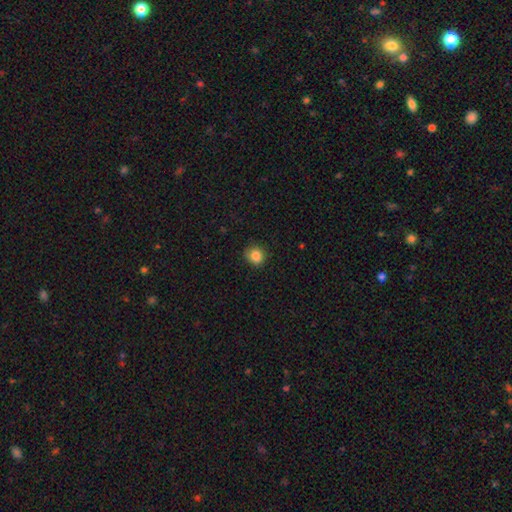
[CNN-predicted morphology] Smooth or featured: smooth — 85% (star or artifact — 10%)
How rounded: round — 78% (in between — 21%)
Merging: none — 79% (minor disturbance — 16%)